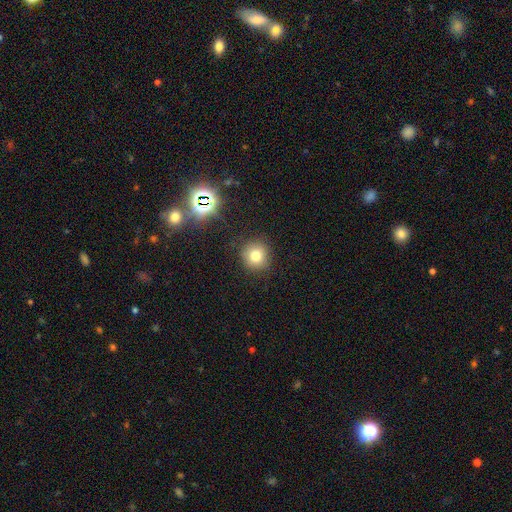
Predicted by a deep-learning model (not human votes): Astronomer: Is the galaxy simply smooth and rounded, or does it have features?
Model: smooth — 75%.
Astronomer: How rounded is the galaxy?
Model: round — 91%.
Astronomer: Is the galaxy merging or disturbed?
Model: none — 88%.